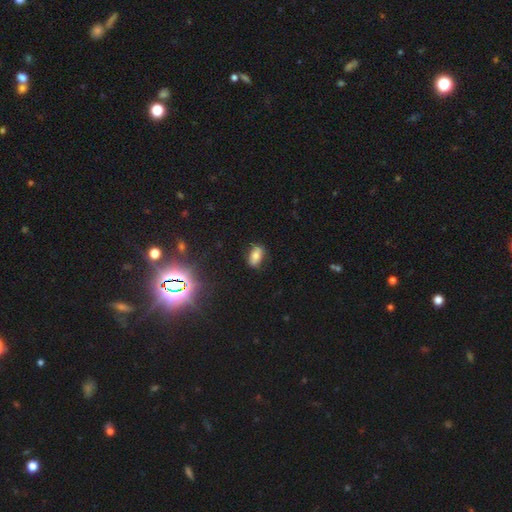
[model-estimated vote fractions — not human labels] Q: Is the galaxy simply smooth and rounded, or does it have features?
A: smooth — 68%.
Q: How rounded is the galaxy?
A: in between — 88%.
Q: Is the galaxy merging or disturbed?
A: none — 78%.